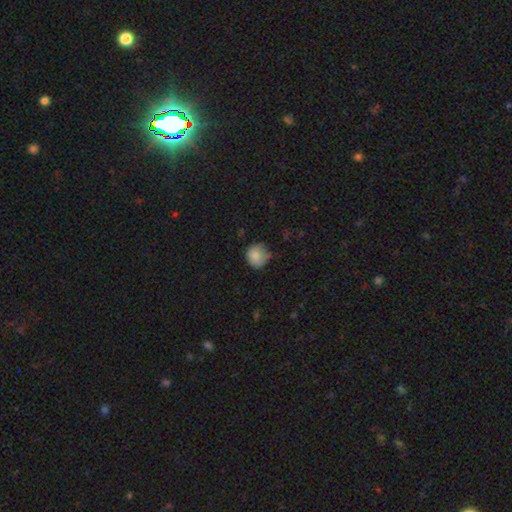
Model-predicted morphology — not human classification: Overall: smooth (82%). How rounded: round (84%). Merging: none (60%; minor disturbance 31%).